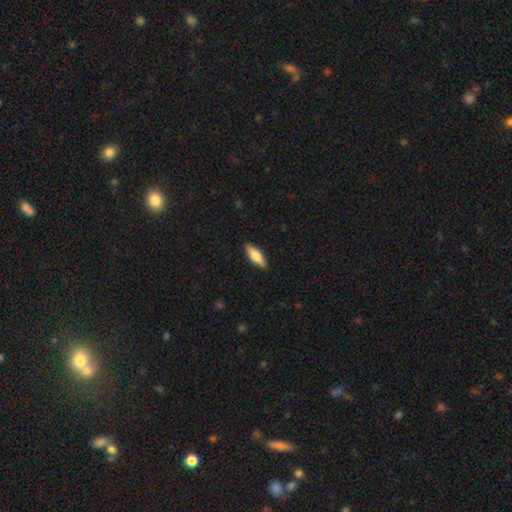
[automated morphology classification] Smooth or featured: smooth — 64% (featured or disk — 31%)
How rounded: in between — 53% (cigar-shaped — 45%)
Merging: none — 89% (minor disturbance — 8%)